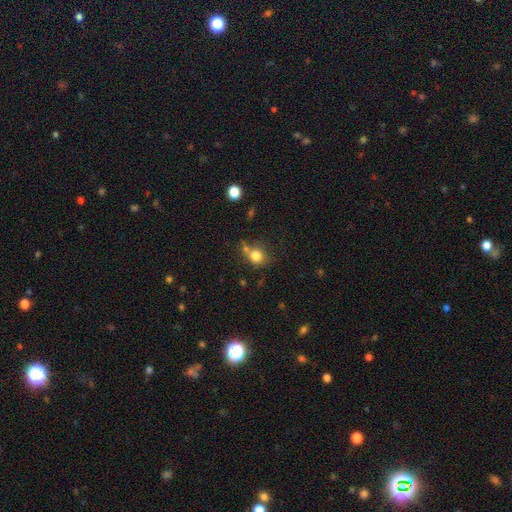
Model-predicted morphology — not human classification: Smooth or featured?
  - smooth: 80% *
  - star or artifact: 12%
  - featured or disk: 8%
How rounded?
  - round: 78% *
  - in between: 21%
  - cigar-shaped: 1%
Merging?
  - none: 56% *
  - merger: 23%
  - minor disturbance: 15%
  - major disturbance: 6%